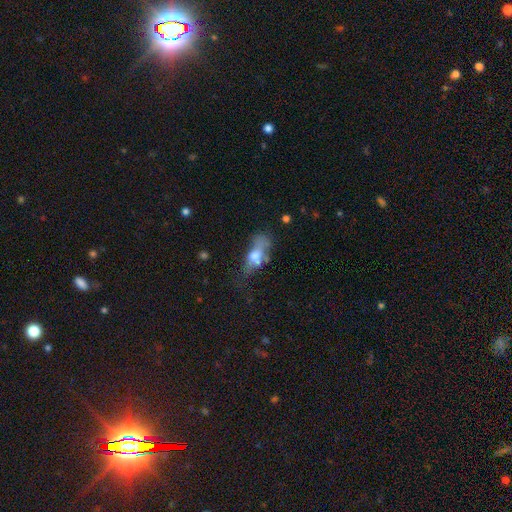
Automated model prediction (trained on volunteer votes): Smooth or featured: smooth — 55% (featured or disk — 35%)
How rounded: in between — 77% (cigar-shaped — 16%)
Merging: major disturbance — 30% (none — 27%)